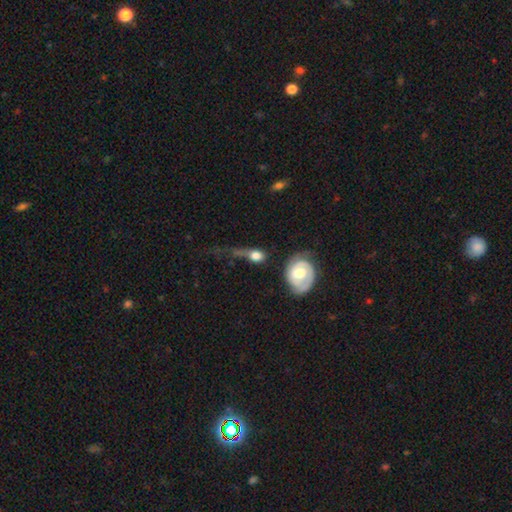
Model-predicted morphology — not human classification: Smooth or featured? smooth (58%)
How rounded? in between (51%)
Merging? major disturbance (37%)